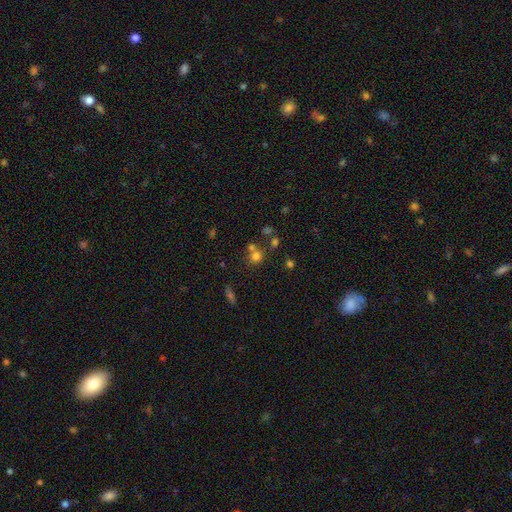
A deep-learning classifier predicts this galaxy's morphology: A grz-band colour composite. It shows a smooth galaxy with no disk features (69%) that is round (84%). Merging: none (56%).